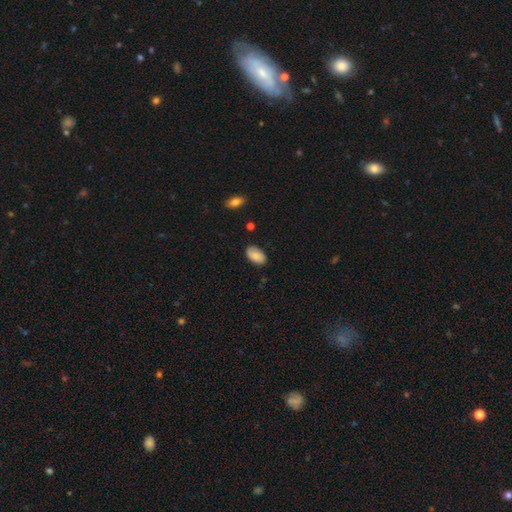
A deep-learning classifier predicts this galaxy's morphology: smooth 84%, featured or disk 9%, star or artifact 7%. Down the decision tree: how rounded — in between (94%); merging — none (81%).